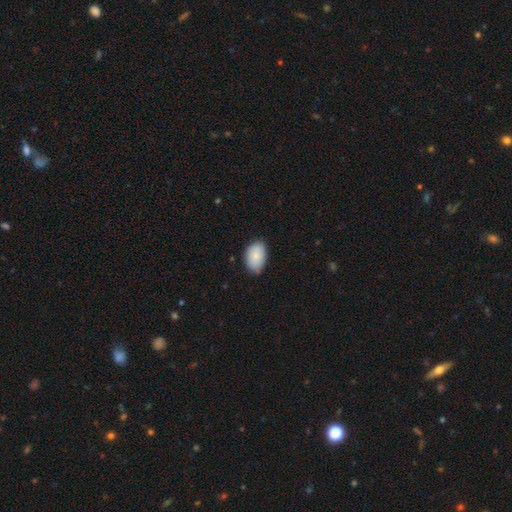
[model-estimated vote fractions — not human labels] The model was most divided on "merging": none: 76%, minor disturbance: 20%, major disturbance: 3%, merger: 1%. More confident: how rounded — in between (89%); smooth or featured — smooth (87%).